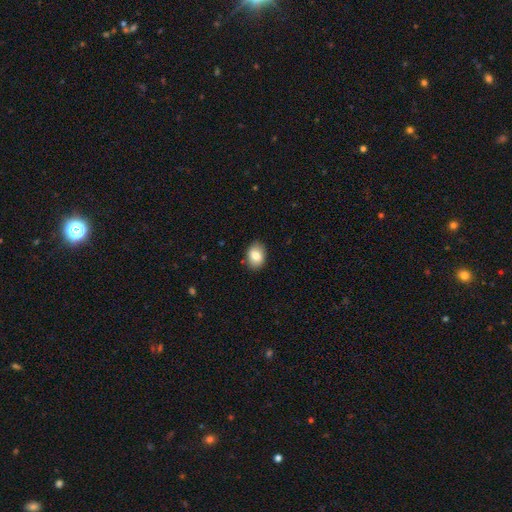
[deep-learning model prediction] This appears to be a smooth galaxy with no disk features (82%) that is in between round and cigar-shaped (76%). Merging: none (88%).